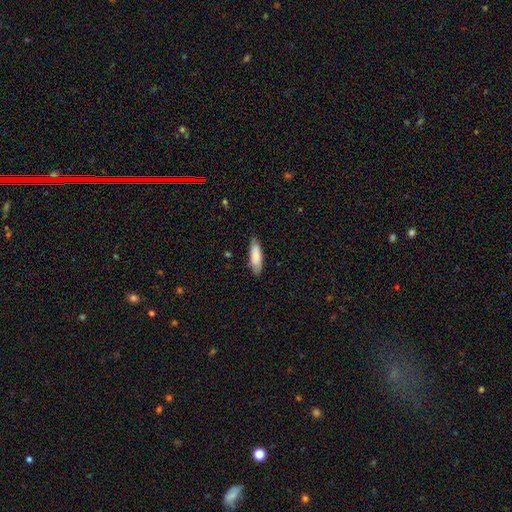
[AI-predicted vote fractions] smooth_or_featured: smooth (p=0.81) [alt: featured or disk p=0.13]
how_rounded: in between (p=0.52) [alt: cigar-shaped p=0.46]
merging: none (p=0.77) [alt: minor disturbance p=0.19]